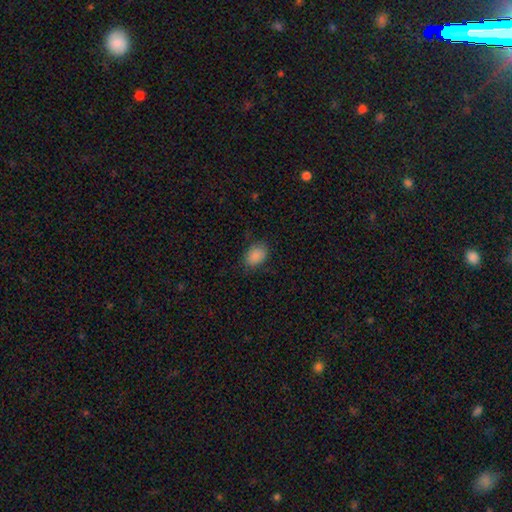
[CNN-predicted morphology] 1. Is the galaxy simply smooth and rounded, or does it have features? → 88% smooth, 9% star or artifact, 4% featured or disk.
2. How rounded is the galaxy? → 76% in between, 23% round, 1% cigar-shaped.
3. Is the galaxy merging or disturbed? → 79% none, 16% minor disturbance, 4% major disturbance, 1% merger.